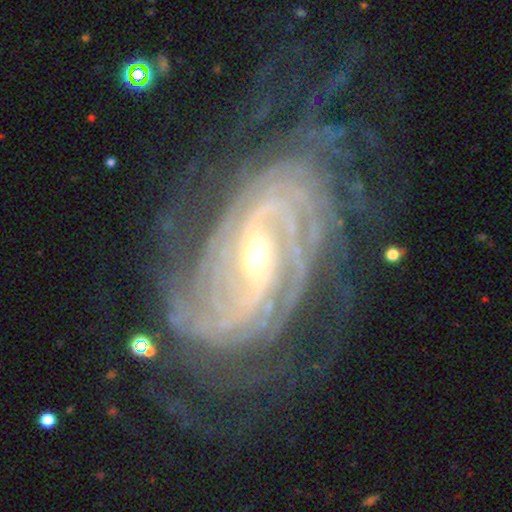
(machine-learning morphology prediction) Smooth or featured? Predicted: featured or disk (p=0.90). Edge-on disk? Predicted: no (p=0.96). Bar? Predicted: strong (p=0.45). Spiral arms? Predicted: yes (p=0.98). Spiral winding? Predicted: tight (p=0.61). Spiral arm count? Predicted: 2 (p=0.28). Bulge size? Predicted: small (p=0.59). Merging? Predicted: none (p=0.70).